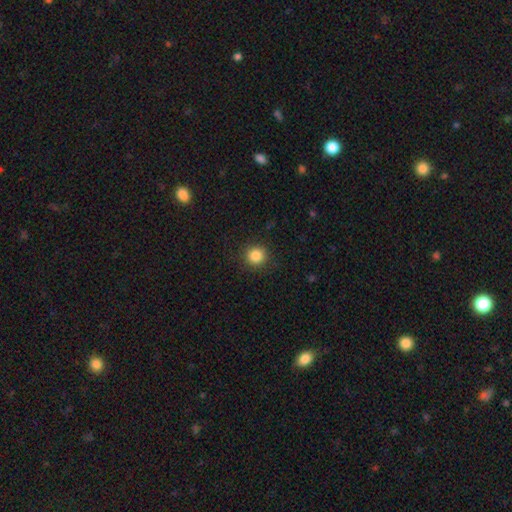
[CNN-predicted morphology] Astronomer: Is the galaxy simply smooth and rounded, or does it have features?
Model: smooth — 86%.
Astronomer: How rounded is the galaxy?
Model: round — 93%.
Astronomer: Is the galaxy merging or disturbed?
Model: none — 90%.